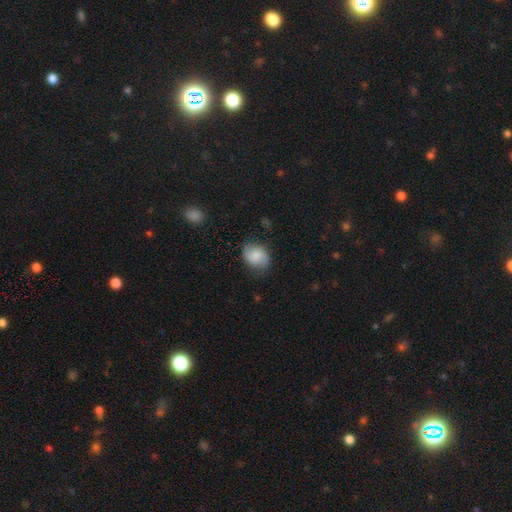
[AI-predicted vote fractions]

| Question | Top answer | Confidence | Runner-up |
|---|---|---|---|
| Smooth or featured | smooth | 76% | featured or disk (16%) |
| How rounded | round | 51% | in between (48%) |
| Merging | none | 72% | minor disturbance (21%) |